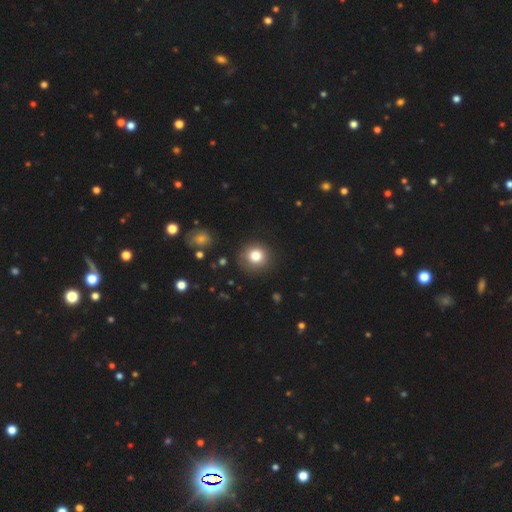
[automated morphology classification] A smooth galaxy with no disk features (81%) that is round (93%).

Vote fractions:
- Smooth or featured? smooth: 81% / star or artifact: 12% / featured or disk: 7%
- How rounded? round: 93% / in between: 7% / cigar-shaped: 1%
- Merging? none: 87% / minor disturbance: 8% / major disturbance: 3% / merger: 2%